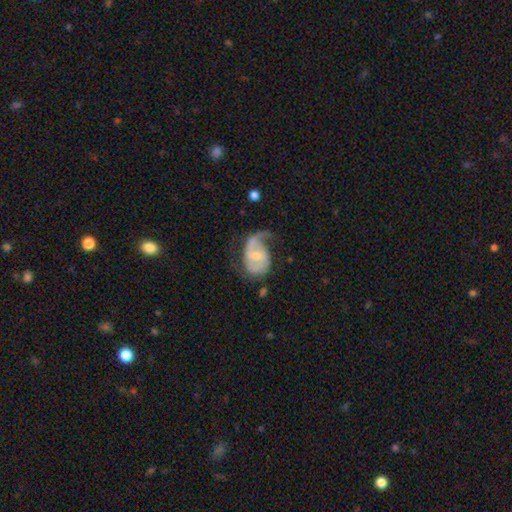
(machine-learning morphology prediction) featured or disk 74%, smooth 20%, star or artifact 6%. Down the decision tree: edge-on disk — no (97%); bar — weak (46%); spiral arms — yes (88%); spiral arm count — 2 (50%); spiral winding — loose (43%); bulge size — small (54%); merging — none (36%).